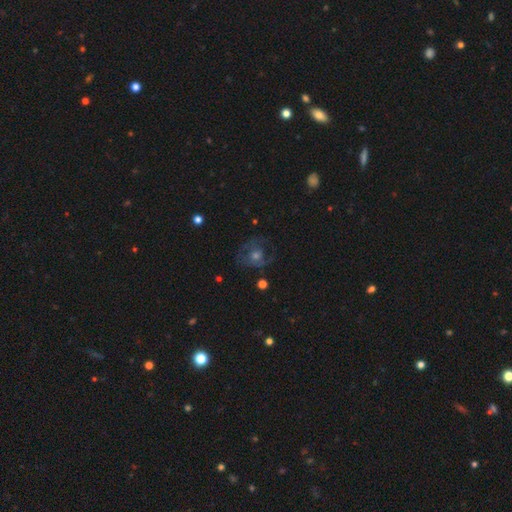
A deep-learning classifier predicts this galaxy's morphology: Q: Smooth or featured?
A: featured or disk (57%); runner-up: smooth (26%)
Q: Edge-on disk?
A: no (96%); runner-up: yes (4%)
Q: Bar?
A: no (78%); runner-up: weak (18%)
Q: Spiral arms?
A: yes (64%); runner-up: no (36%)
Q: Bulge size?
A: moderate (59%); runner-up: small (29%)
Q: Merging?
A: none (64%); runner-up: minor disturbance (18%)